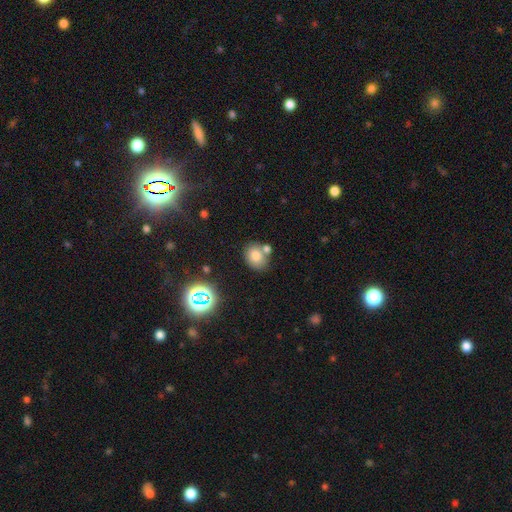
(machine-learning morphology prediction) Overall: smooth (75%). How rounded: round (52%; in between 47%). Merging: none (63%).